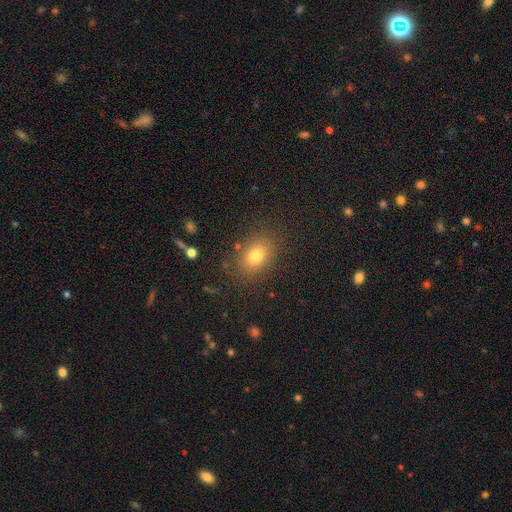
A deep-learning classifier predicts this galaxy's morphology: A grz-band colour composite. It shows a smooth galaxy with no disk features (77%) that is in between round and cigar-shaped (74%). Merging: none (84%).